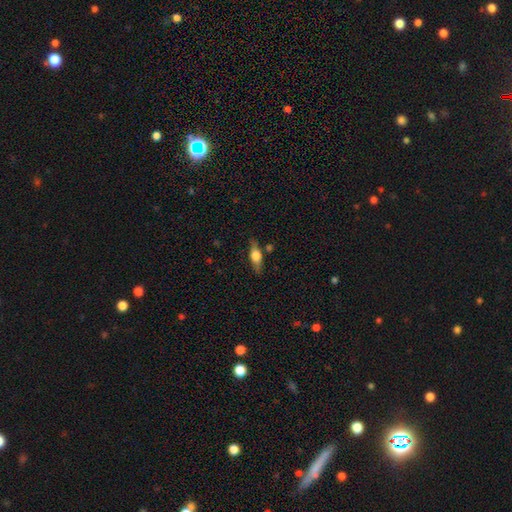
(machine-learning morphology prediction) smooth_or_featured: smooth (p=0.47) [alt: featured or disk p=0.46]
merging: none (p=0.80) [alt: minor disturbance p=0.13]